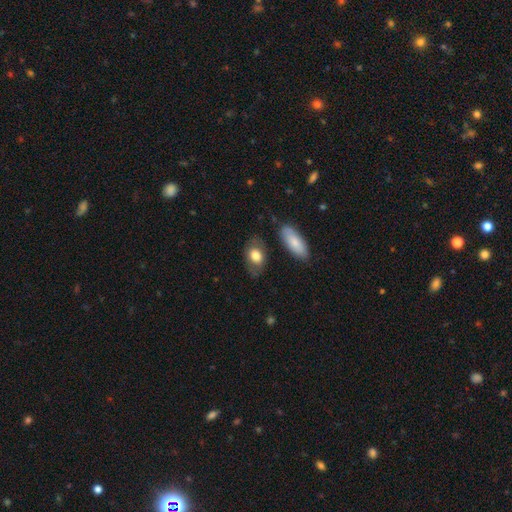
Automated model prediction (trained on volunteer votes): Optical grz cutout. It shows a smooth galaxy with no disk features (74%) that is in between round and cigar-shaped (84%). Merging: none (73%).